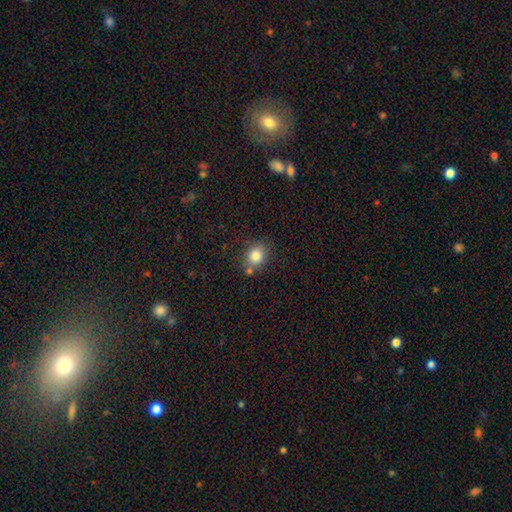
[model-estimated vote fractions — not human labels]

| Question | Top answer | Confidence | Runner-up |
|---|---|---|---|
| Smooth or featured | smooth | 83% | star or artifact (11%) |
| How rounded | round | 69% | in between (30%) |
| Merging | none | 72% | minor disturbance (13%) |